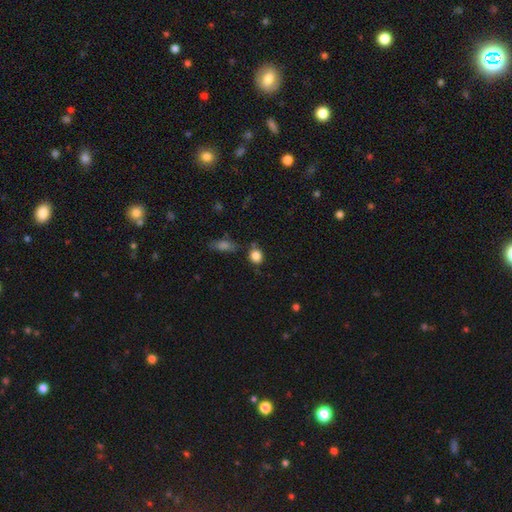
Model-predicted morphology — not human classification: smooth_or_featured: smooth (p=0.85) [alt: star or artifact p=0.10]
how_rounded: round (p=0.68) [alt: in between p=0.30]
merging: none (p=0.70) [alt: minor disturbance p=0.17]